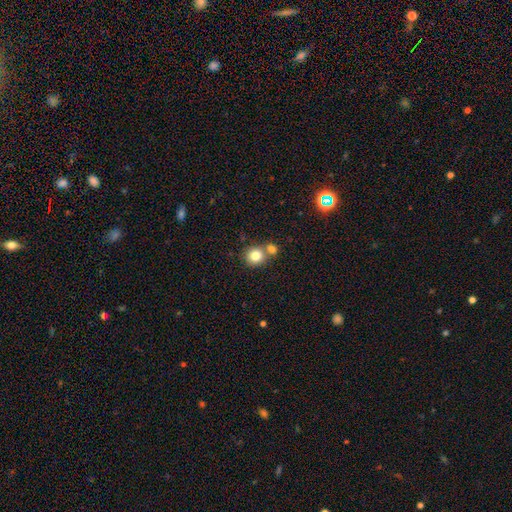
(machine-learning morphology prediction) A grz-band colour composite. It shows a smooth galaxy with no disk features (81%) that is round (86%). Merging: none (55%).